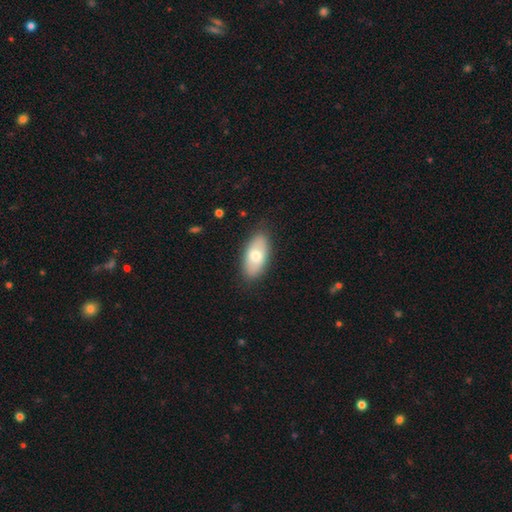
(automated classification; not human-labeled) Q: Smooth or featured?
A: smooth (71%); runner-up: featured or disk (23%)
Q: How rounded?
A: in between (90%); runner-up: cigar-shaped (6%)
Q: Merging?
A: none (85%); runner-up: minor disturbance (12%)